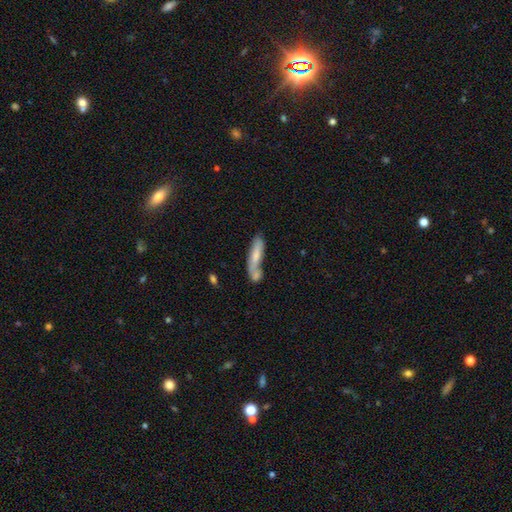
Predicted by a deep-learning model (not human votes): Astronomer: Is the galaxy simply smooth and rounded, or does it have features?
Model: smooth — 69%.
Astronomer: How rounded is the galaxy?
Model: cigar-shaped — 73%.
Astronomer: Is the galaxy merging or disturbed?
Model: merger — 41% (runner-up: none, 35%).